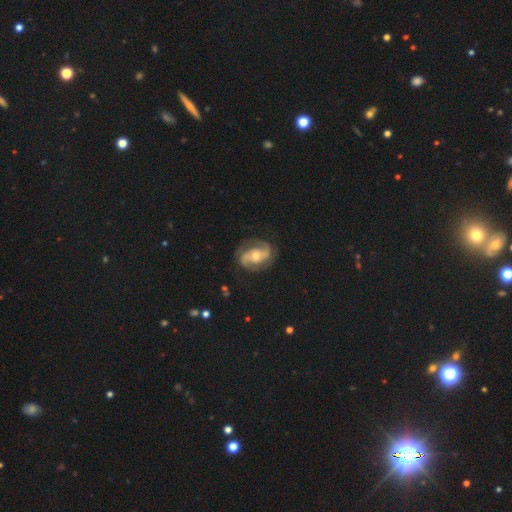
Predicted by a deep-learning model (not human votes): Smooth or featured: featured or disk — 85% (smooth — 10%)
Edge-on disk: no — 97% (yes — 3%)
Bar: no — 42% (weak — 39%)
Spiral arms: yes — 95% (no — 5%)
Spiral winding: medium — 49% (tight — 32%)
Spiral arm count: 2 — 85% (can't tell — 5%)
Bulge size: moderate — 64% (small — 28%)
Merging: none — 78% (minor disturbance — 14%)